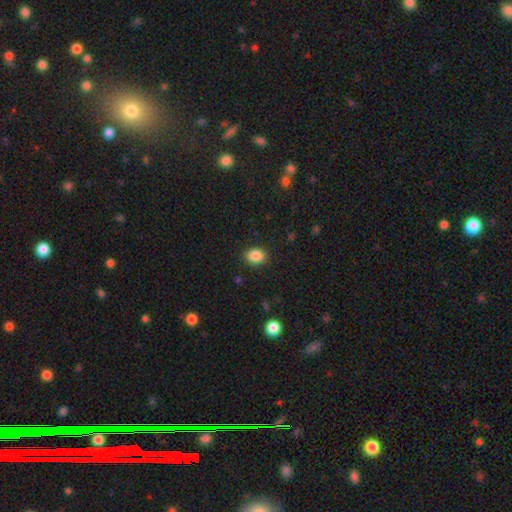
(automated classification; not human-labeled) smooth 87%, star or artifact 9%, featured or disk 4%. Down the decision tree: how rounded — in between (61%); merging — none (89%).